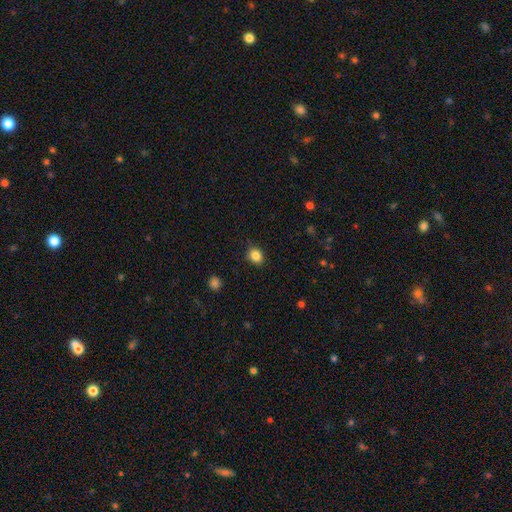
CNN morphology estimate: Smooth or featured?
  - smooth: 85% *
  - star or artifact: 10%
  - featured or disk: 5%
How rounded?
  - round: 55% *
  - in between: 44%
  - cigar-shaped: 1%
Merging?
  - none: 87% *
  - minor disturbance: 10%
  - major disturbance: 2%
  - merger: 1%